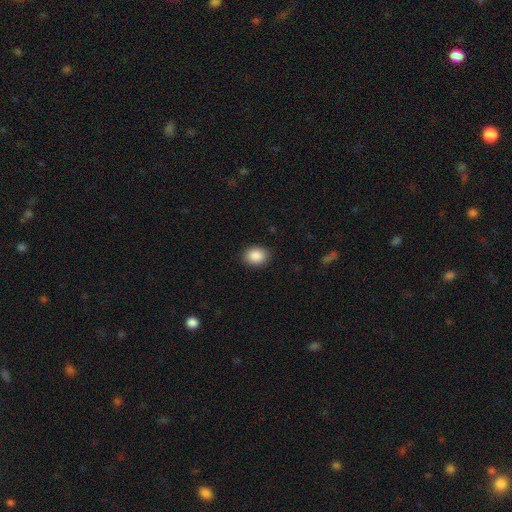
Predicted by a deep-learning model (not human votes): A smooth galaxy with no disk features (89%) that is in between round and cigar-shaped (52%). Merging: none (88%).